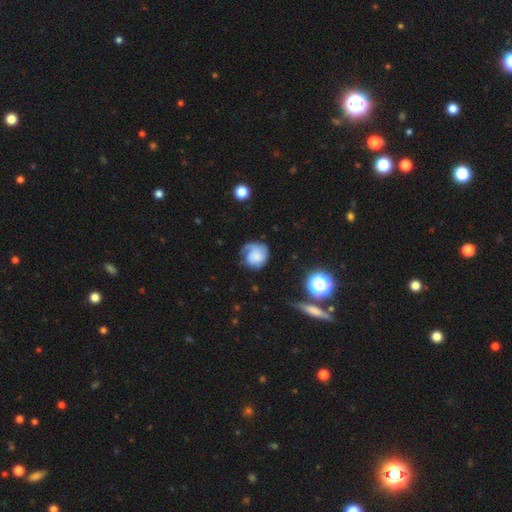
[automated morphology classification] Smooth or featured? smooth (46%)
Merging? none (47%)